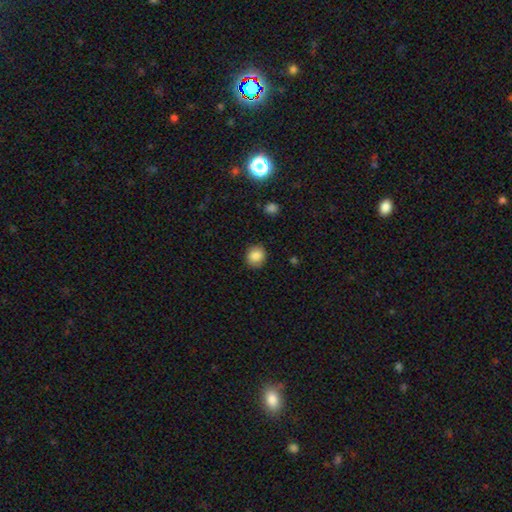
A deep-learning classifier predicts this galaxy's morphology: Smooth or featured? smooth (86%)
How rounded? round (75%)
Merging? none (88%)